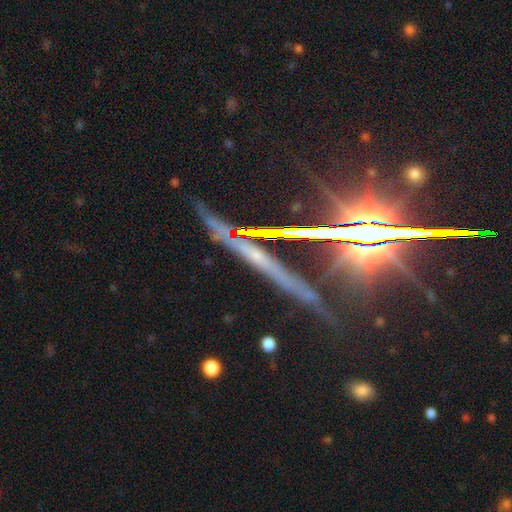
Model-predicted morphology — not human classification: smooth_or_featured: star or artifact (p=0.57) [alt: featured or disk p=0.32]